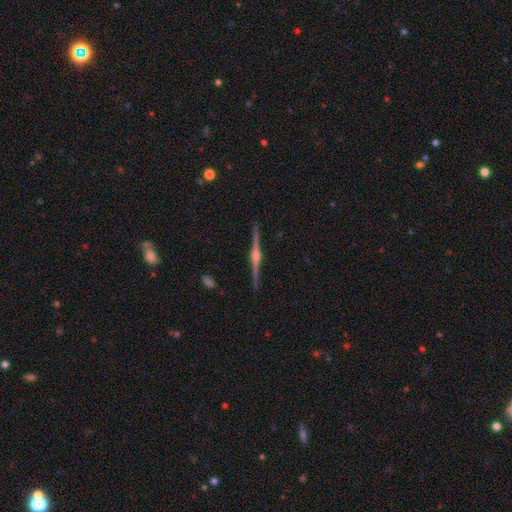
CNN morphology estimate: A featured or disk galaxy (88%) viewed edge-on (99%) with a rounded central bulge (84%). Merging: none (92%).